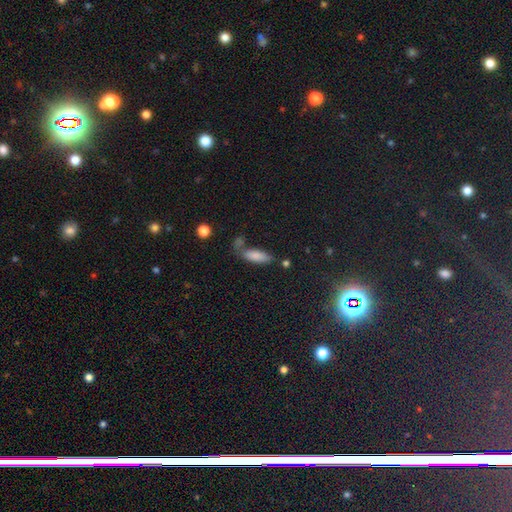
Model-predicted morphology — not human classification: This appears to be a smooth galaxy with no disk features (82%) that is in between round and cigar-shaped (65%). Merging: none (55%).